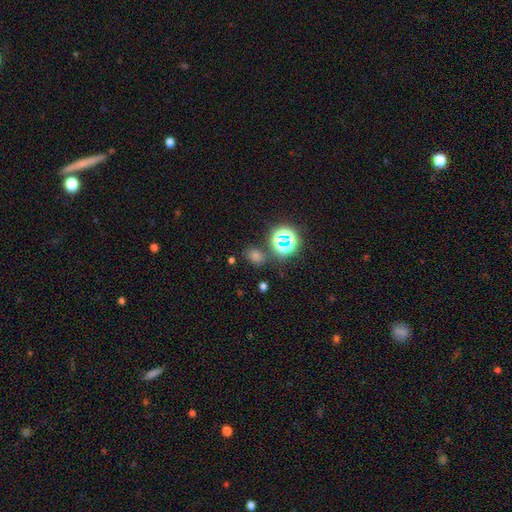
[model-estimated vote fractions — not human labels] Smooth or featured: smooth — 47% (star or artifact — 46%)
Merging: none — 79% (minor disturbance — 9%)